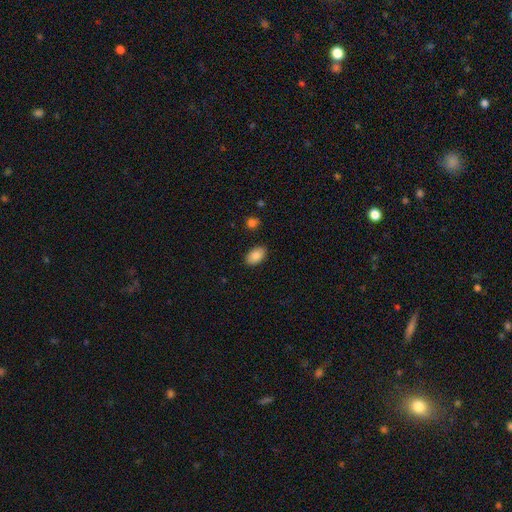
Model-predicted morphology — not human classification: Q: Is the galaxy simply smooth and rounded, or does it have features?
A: smooth — 86%.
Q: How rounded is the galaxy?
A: in between — 92%.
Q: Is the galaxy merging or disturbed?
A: none — 88%.